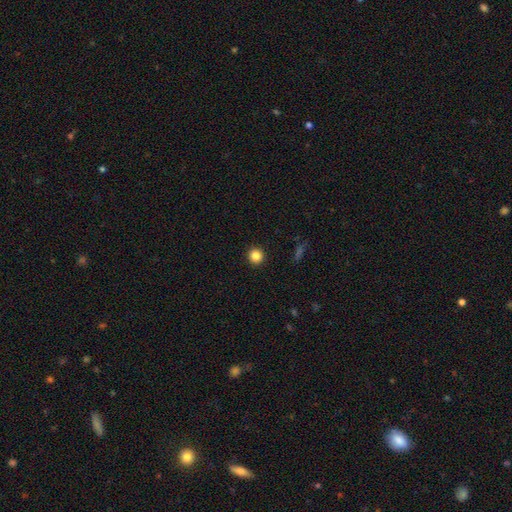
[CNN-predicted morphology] A smooth galaxy with no disk features (85%) that is round (95%).

Vote fractions:
- Smooth or featured? smooth: 85% / star or artifact: 11% / featured or disk: 4%
- How rounded? round: 95% / in between: 4% / cigar-shaped: 1%
- Merging? none: 93% / minor disturbance: 4% / major disturbance: 2% / merger: 1%